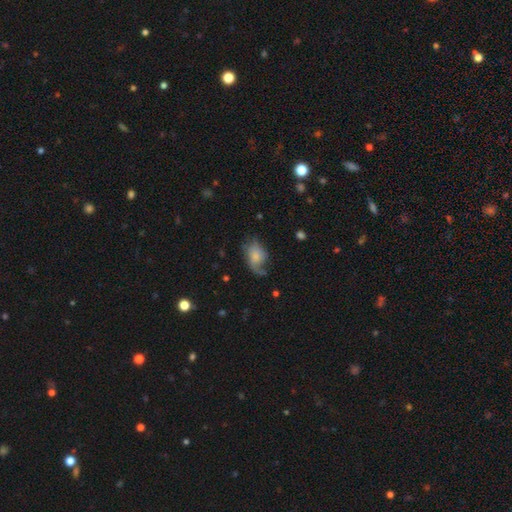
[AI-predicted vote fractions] Smooth or featured? smooth (54%)
How rounded? in between (83%)
Merging? none (37%)